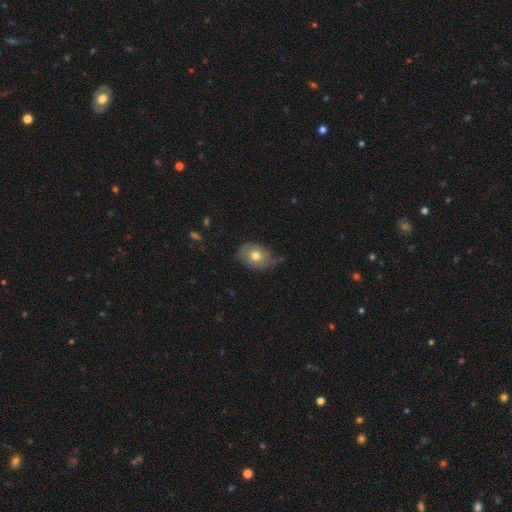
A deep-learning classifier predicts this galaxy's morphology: smooth_or_featured: smooth (p=0.71) [alt: featured or disk p=0.20]
how_rounded: in between (p=0.69) [alt: round p=0.29]
merging: none (p=0.62) [alt: minor disturbance p=0.29]